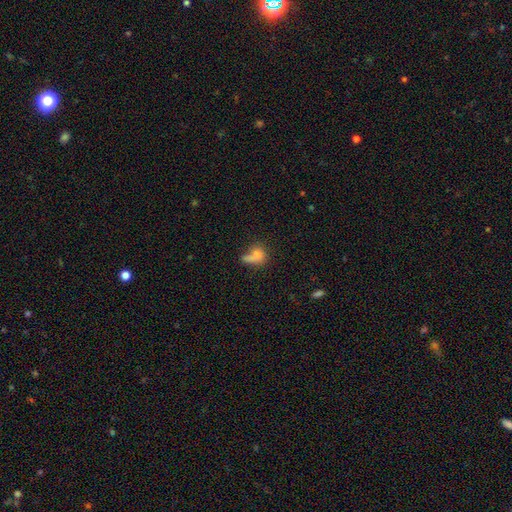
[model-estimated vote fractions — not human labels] Q: Smooth or featured?
A: smooth (72%); runner-up: featured or disk (16%)
Q: How rounded?
A: in between (61%); runner-up: round (33%)
Q: Merging?
A: merger (36%); runner-up: none (29%)